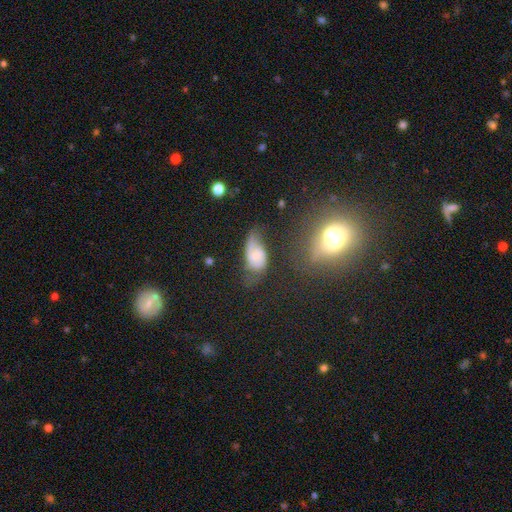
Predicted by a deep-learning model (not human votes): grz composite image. It shows a featured or disk galaxy (49%). Merging: major disturbance (33%).